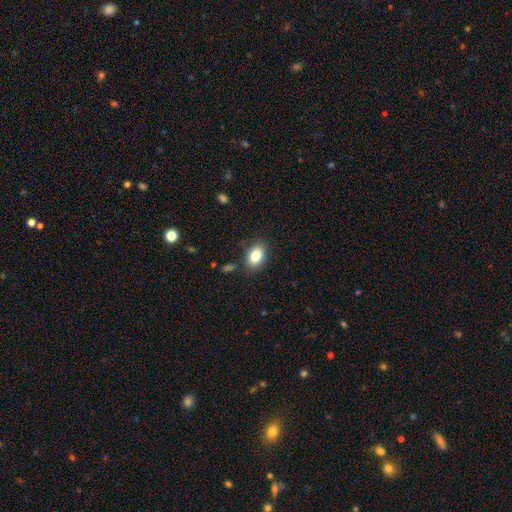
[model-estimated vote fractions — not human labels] This appears to be a smooth galaxy with no disk features (83%) that is in between round and cigar-shaped (85%). Merging: none (84%).